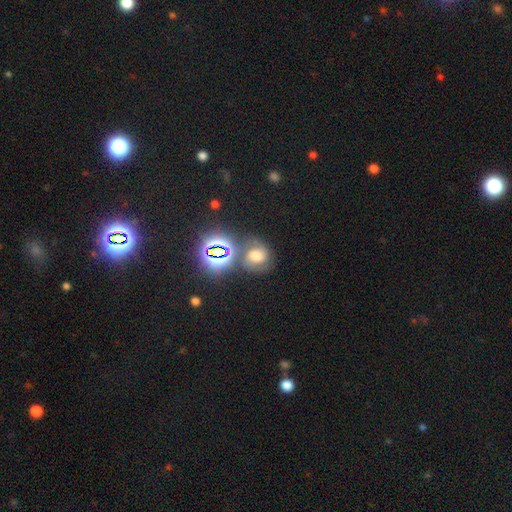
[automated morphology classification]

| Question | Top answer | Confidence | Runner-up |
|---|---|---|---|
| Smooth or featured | smooth | 38% | featured or disk (33%) |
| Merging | none | 57% | minor disturbance (17%) |